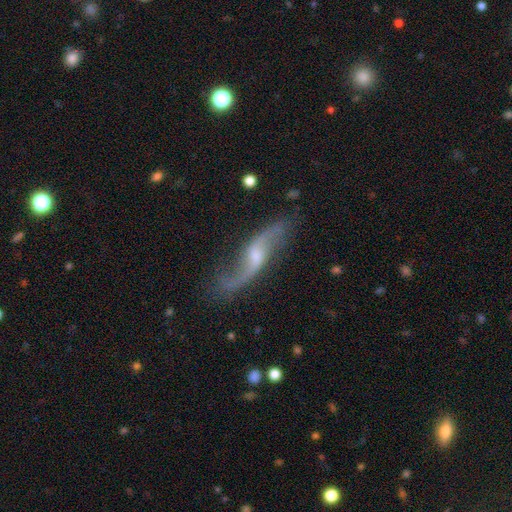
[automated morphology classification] Smooth or featured: featured or disk — 88% (smooth — 6%)
Edge-on disk: no — 88% (yes — 12%)
Bar: no — 46% (weak — 42%)
Spiral arms: yes — 96% (no — 4%)
Spiral winding: loose — 85% (medium — 12%)
Spiral arm count: 2 — 92% (1 — 2%)
Bulge size: small — 45% (moderate — 42%)
Merging: none — 78% (minor disturbance — 14%)